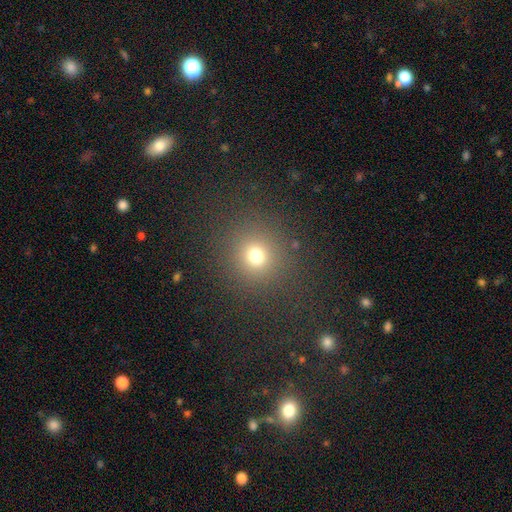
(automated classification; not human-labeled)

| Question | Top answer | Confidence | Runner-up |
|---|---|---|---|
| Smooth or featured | smooth | 73% | star or artifact (21%) |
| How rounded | round | 90% | in between (9%) |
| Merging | none | 87% | minor disturbance (7%) |